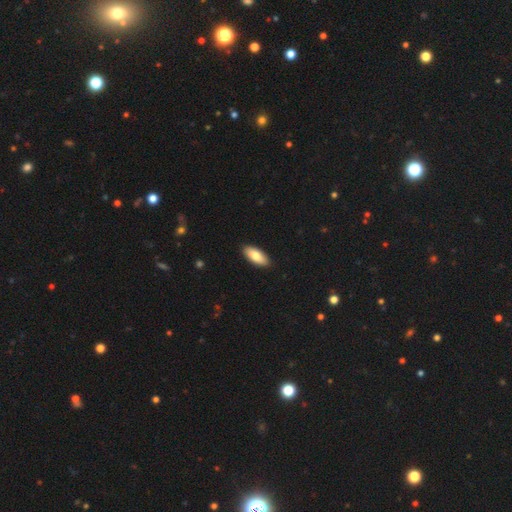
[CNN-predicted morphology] smooth-or-featured: smooth: 81% | featured or disk: 14% | star or artifact: 5%
  how-rounded: in between: 86% | cigar-shaped: 12% | round: 2%
  merging: none: 91% | minor disturbance: 7% | major disturbance: 1% | merger: 1%